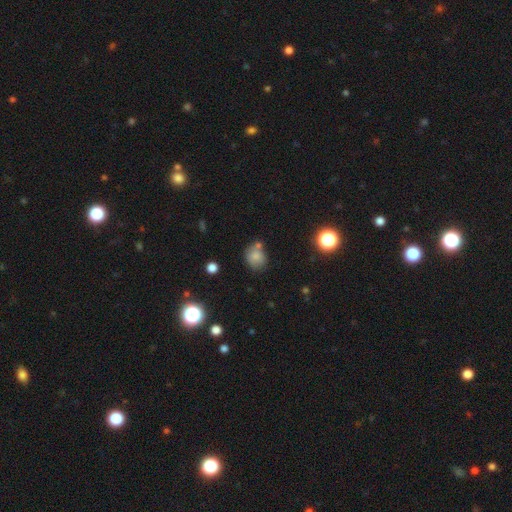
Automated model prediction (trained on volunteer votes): smooth 78%, star or artifact 13%, featured or disk 9%. Down the decision tree: how rounded — round (72%); merging — none (59%).